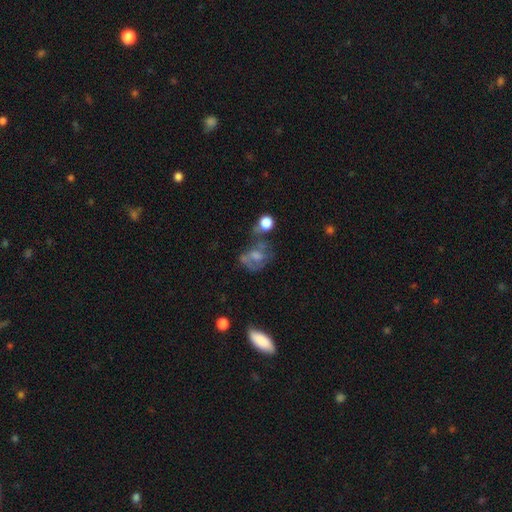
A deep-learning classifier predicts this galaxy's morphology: This is marginally a featured or disk galaxy (43%). Merging: marginally none (31%, tied with major disturbance).